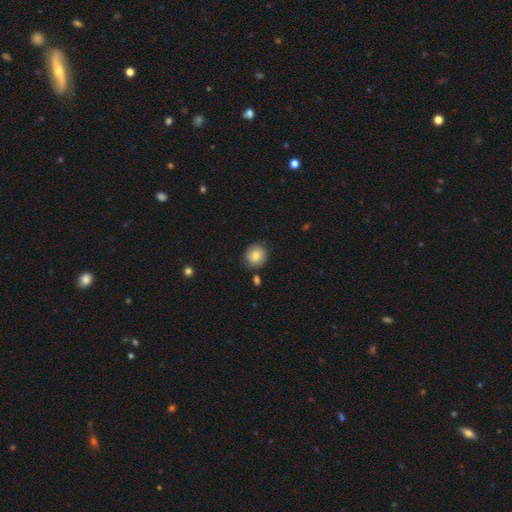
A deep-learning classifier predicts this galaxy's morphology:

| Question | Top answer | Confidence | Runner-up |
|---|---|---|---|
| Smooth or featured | smooth | 70% | featured or disk (21%) |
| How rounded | round | 89% | in between (10%) |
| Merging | none | 81% | minor disturbance (13%) |